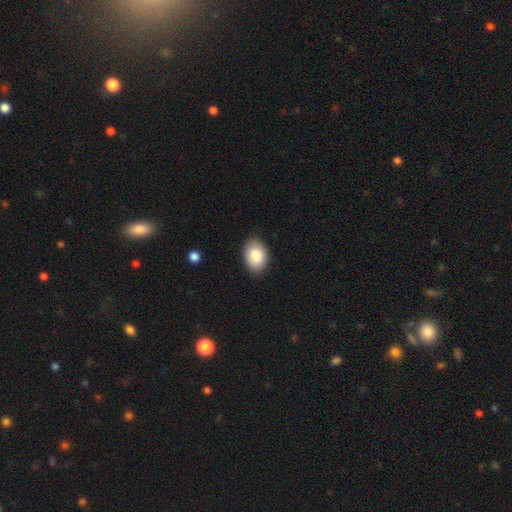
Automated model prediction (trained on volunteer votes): Smooth or featured? smooth (88%)
How rounded? in between (85%)
Merging? none (86%)